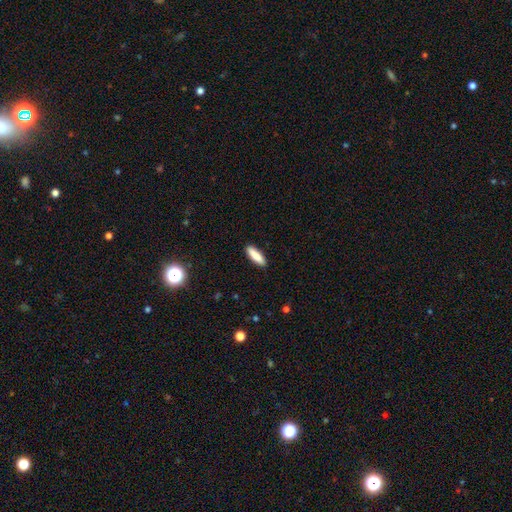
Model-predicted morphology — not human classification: A smooth galaxy with no disk features (87%) that is cigar-shaped (62%). Merging: none (90%).